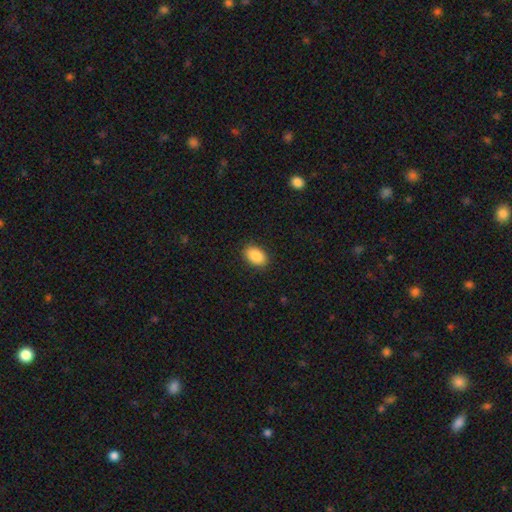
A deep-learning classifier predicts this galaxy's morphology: A smooth galaxy with no disk features (87%) that is in between round and cigar-shaped (87%). Merging: none (89%).